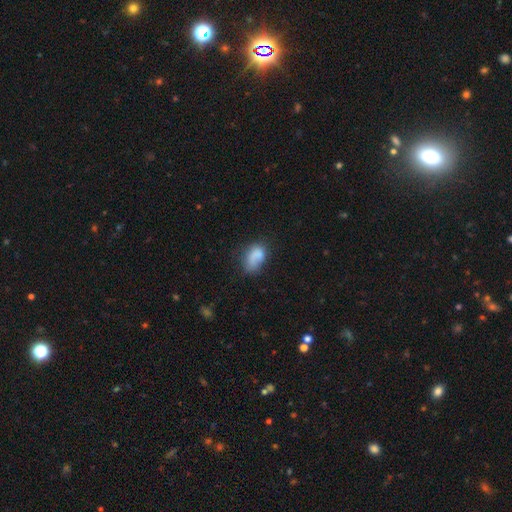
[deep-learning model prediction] Smooth or featured? smooth (77%)
How rounded? in between (86%)
Merging? none (44%)